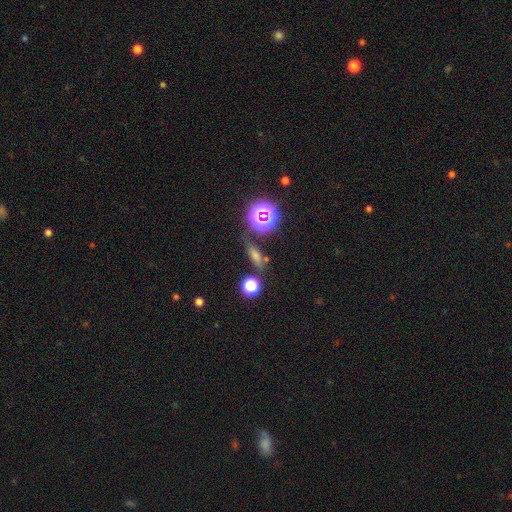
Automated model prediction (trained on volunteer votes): This appears to be a smooth galaxy with no disk features (41%). Merging: none (76%).